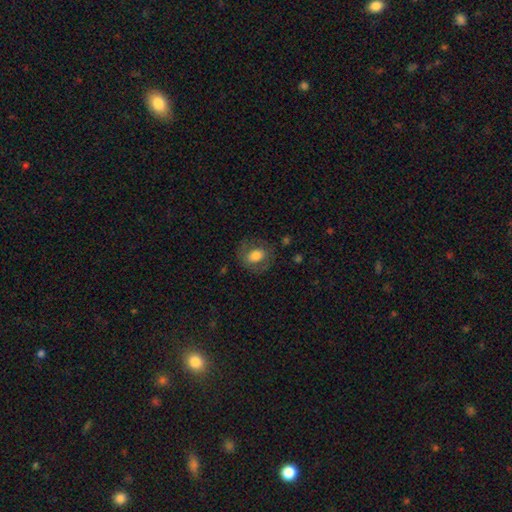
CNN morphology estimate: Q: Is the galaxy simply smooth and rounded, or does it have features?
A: smooth — 65%.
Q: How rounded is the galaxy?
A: in between — 53%.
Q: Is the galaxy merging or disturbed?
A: none — 73%.